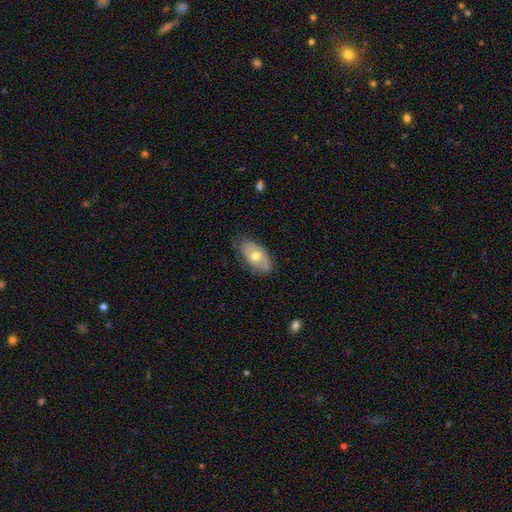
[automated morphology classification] featured or disk 48%, smooth 45%, star or artifact 6%. Down the decision tree: merging — none (69%).